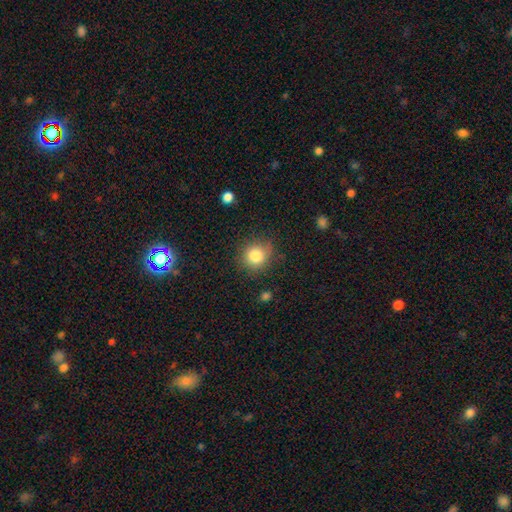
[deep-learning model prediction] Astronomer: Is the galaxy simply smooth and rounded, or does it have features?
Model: smooth — 82%.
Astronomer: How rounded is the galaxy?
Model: round — 86%.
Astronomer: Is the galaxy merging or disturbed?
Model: none — 81%.